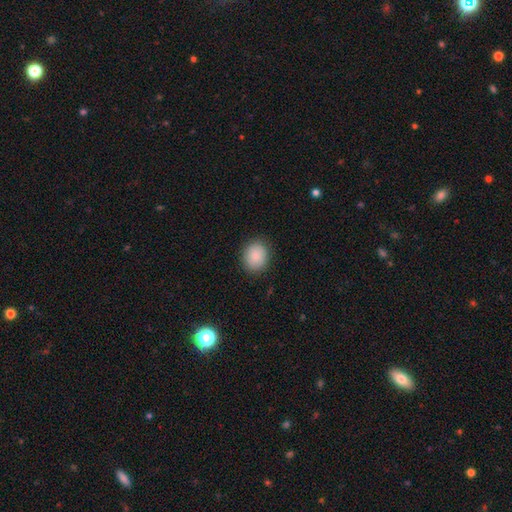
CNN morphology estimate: Smooth or featured? Predicted: smooth (p=0.87). How rounded? Predicted: round (p=0.68). Merging? Predicted: none (p=0.88).